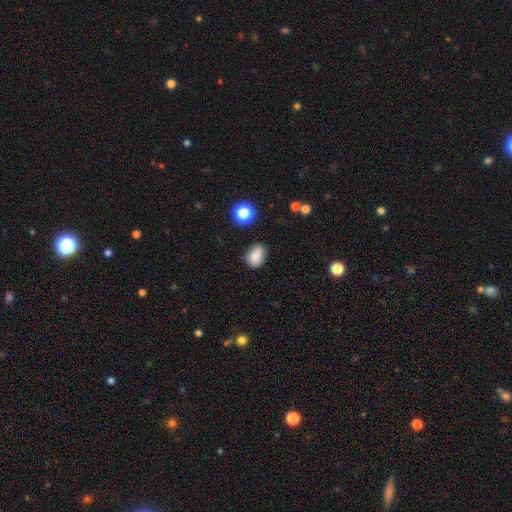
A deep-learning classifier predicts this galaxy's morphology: The model was most divided on "how rounded": in between: 61%, round: 37%, cigar-shaped: 2%. More confident: smooth or featured — smooth (72%); merging — none (72%).